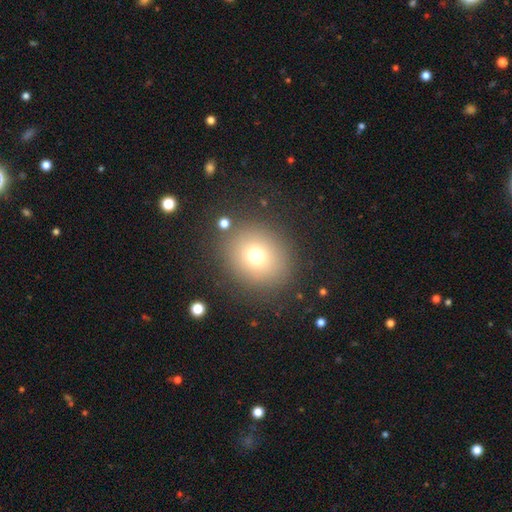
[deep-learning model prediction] smooth-or-featured: smooth: 72% | star or artifact: 15% | featured or disk: 12%
  how-rounded: round: 75% | in between: 24% | cigar-shaped: 1%
  merging: none: 85% | minor disturbance: 8% | major disturbance: 4% | merger: 2%